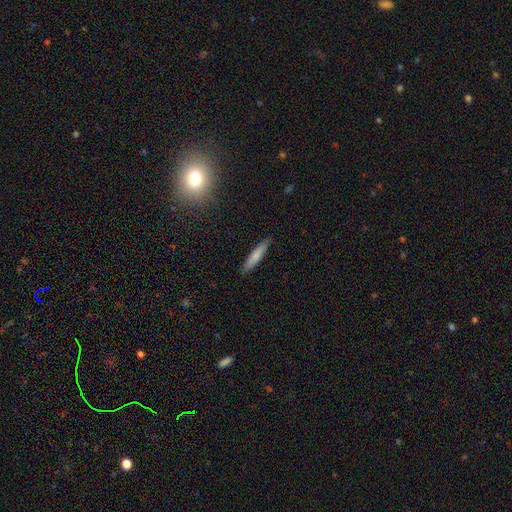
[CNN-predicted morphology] A smooth galaxy with no disk features (78%) that is cigar-shaped (90%).

Vote fractions:
- Smooth or featured? smooth: 78% / featured or disk: 16% / star or artifact: 6%
- How rounded? cigar-shaped: 90% / in between: 9% / round: 1%
- Merging? none: 90% / minor disturbance: 7% / major disturbance: 2% / merger: 1%